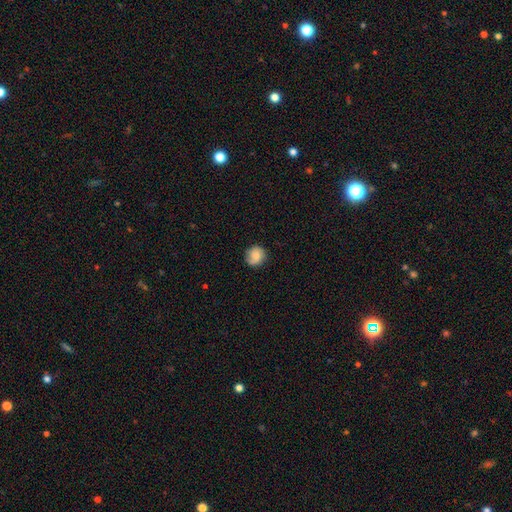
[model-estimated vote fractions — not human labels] The model was most divided on "smooth or featured": smooth: 67%, featured or disk: 24%, star or artifact: 8%. More confident: how rounded — round (88%); merging — none (79%).